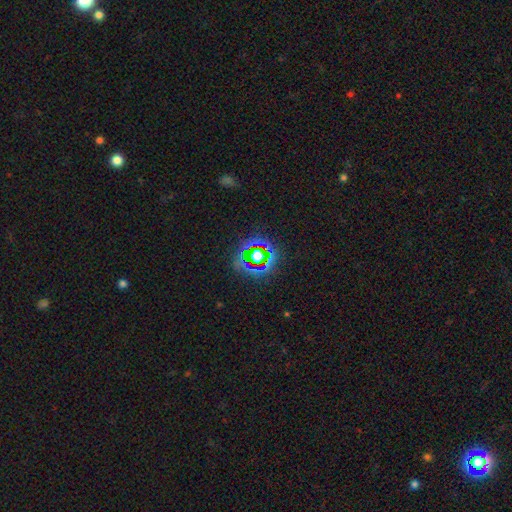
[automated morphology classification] The model was most divided on "smooth or featured": star or artifact: 73%, smooth: 16%, featured or disk: 11%.